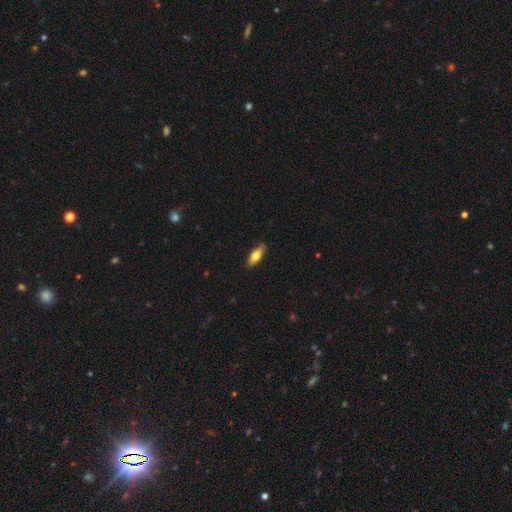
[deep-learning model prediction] smooth-or-featured: smooth: 73% | featured or disk: 22% | star or artifact: 6%
  how-rounded: in between: 70% | cigar-shaped: 28% | round: 2%
  merging: none: 86% | minor disturbance: 11% | major disturbance: 2% | merger: 1%